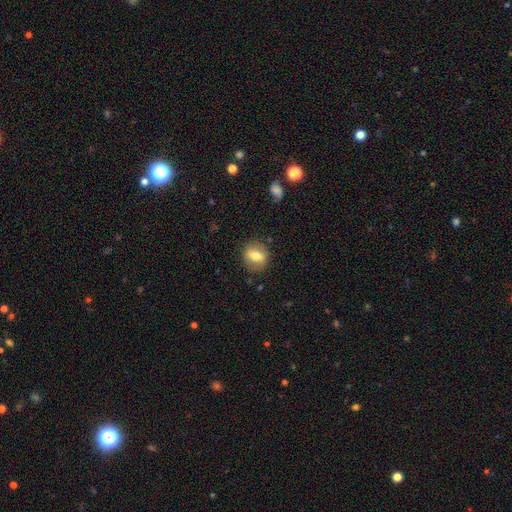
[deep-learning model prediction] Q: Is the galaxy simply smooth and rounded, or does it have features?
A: smooth — 69%.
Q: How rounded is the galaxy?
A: round — 59%.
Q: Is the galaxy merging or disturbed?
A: none — 83%.